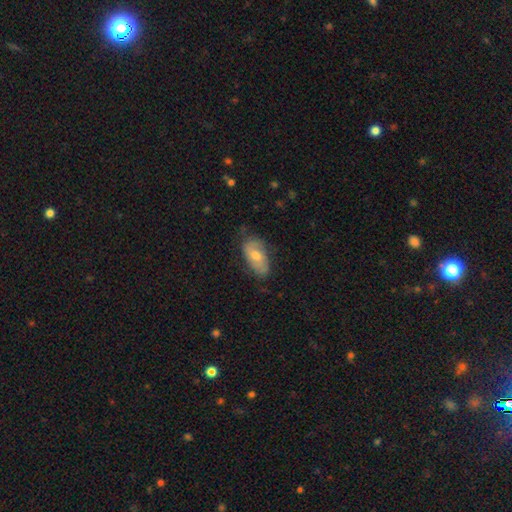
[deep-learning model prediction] Morphology: type=smooth (50%); roundness=in between (91%); merging=none (66%).